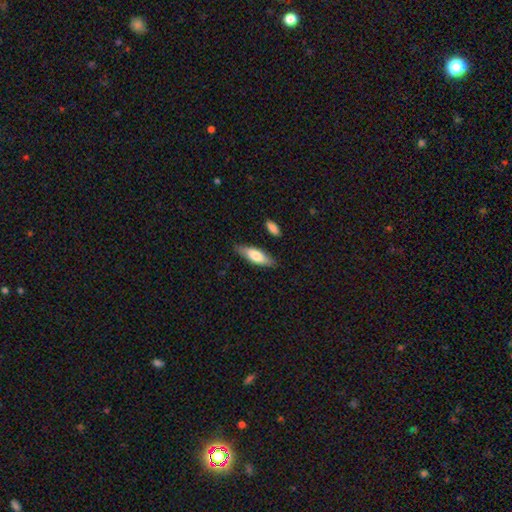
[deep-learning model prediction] Q: Smooth or featured?
A: smooth (70%); runner-up: featured or disk (25%)
Q: How rounded?
A: in between (52%); runner-up: cigar-shaped (46%)
Q: Merging?
A: none (82%); runner-up: minor disturbance (12%)